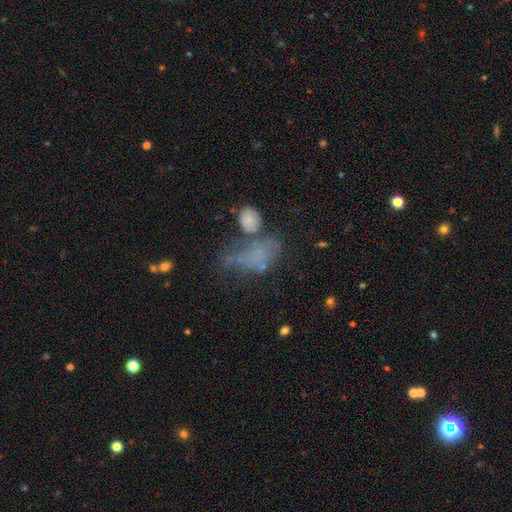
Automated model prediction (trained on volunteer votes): Smooth or featured?
  - smooth: 45% *
  - featured or disk: 33%
  - star or artifact: 22%
Merging?
  - major disturbance: 31% *
  - merger: 30%
  - none: 23%
  - minor disturbance: 16%